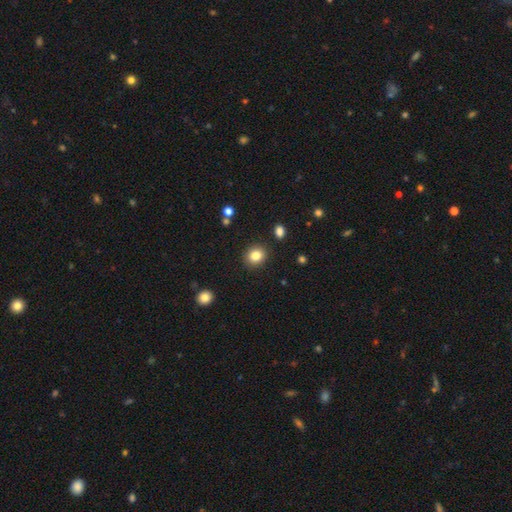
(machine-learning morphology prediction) Smooth or featured: smooth — 83% (star or artifact — 10%)
How rounded: round — 70% (in between — 29%)
Merging: none — 89% (minor disturbance — 7%)